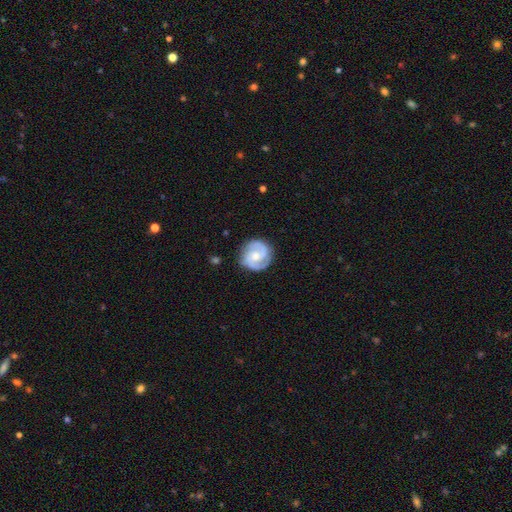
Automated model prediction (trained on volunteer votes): A featured or disk galaxy (83%) with no bar (61%), 2 (82%) tight (50%) spiral arms (97%) and a moderate central bulge (51%). Merging: none (83%).